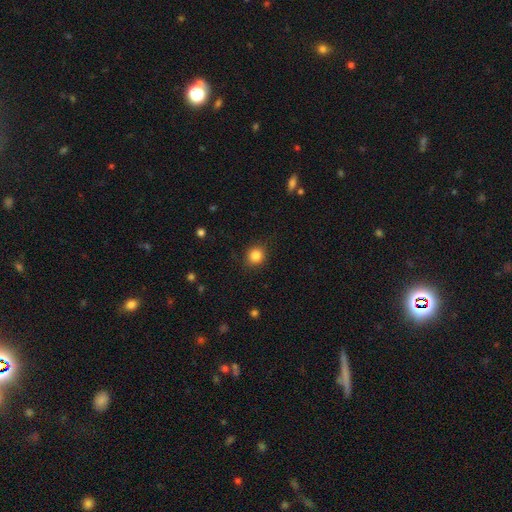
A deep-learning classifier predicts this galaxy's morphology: A smooth galaxy with no disk features (85%) that is round (85%). Merging: none (88%).